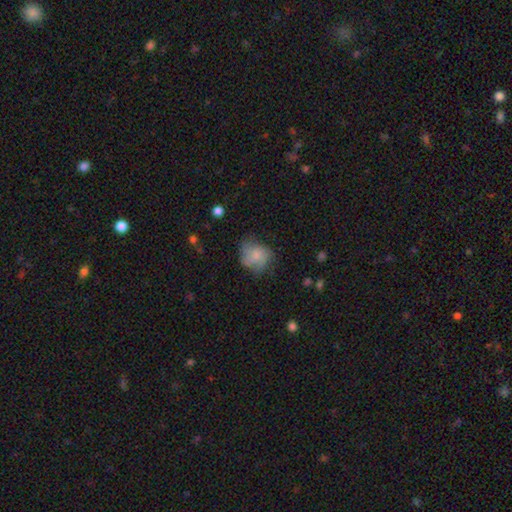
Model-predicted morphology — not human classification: type=smooth (65%); roundness=round (69%); merging=none (53%).